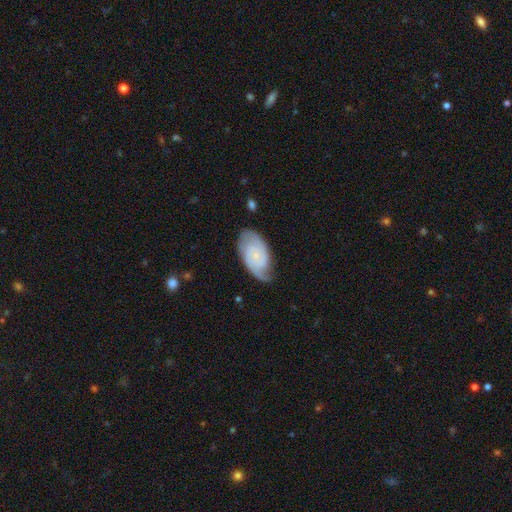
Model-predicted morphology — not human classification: This is likely a featured or disk galaxy (73%). It is clearly not viewed edge-on (96%). Bar: likely no (73%). Spiral arm pattern: clearly yes (94%). Spiral arm count: likely 2 (68%). Spiral winding: possibly tight (52%). Central bulge: likely small (72%). Merging: likely none (66%).